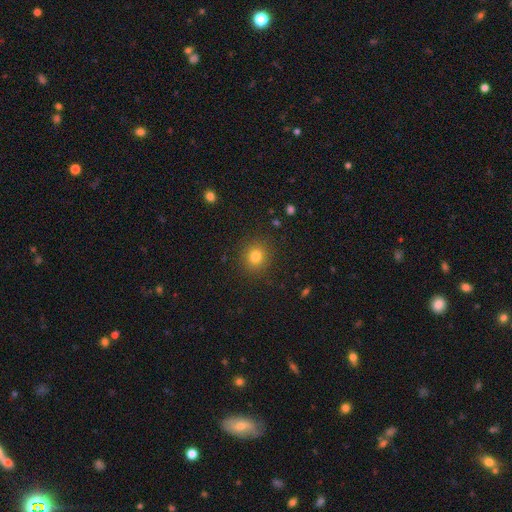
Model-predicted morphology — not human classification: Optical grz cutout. It shows a smooth galaxy with no disk features (80%) that is round (83%). Merging: none (89%).